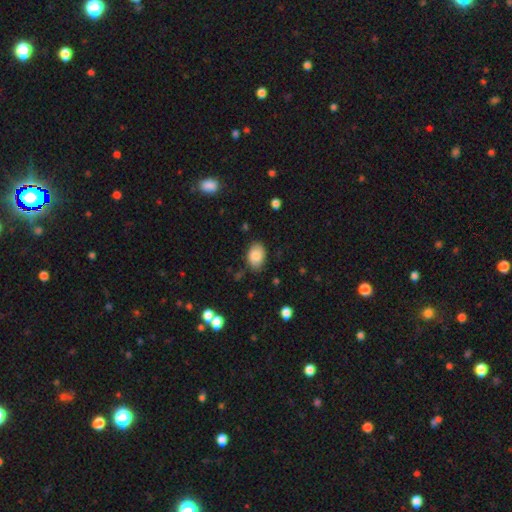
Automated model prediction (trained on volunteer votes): A smooth galaxy with no disk features (85%) that is in between round and cigar-shaped (83%).

Vote fractions:
- Smooth or featured? smooth: 85% / star or artifact: 8% / featured or disk: 7%
- How rounded? in between: 83% / round: 16% / cigar-shaped: 1%
- Merging? none: 80% / minor disturbance: 15% / major disturbance: 3% / merger: 2%